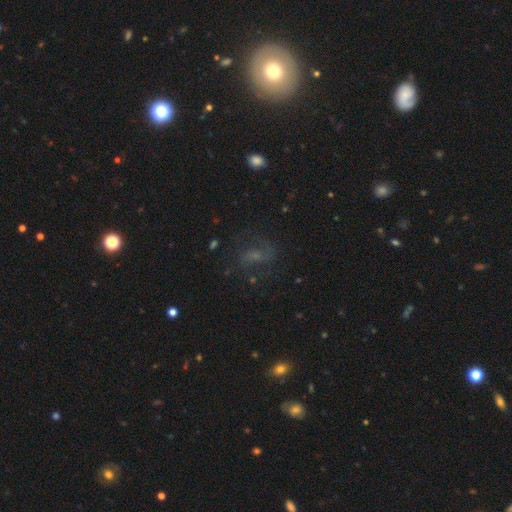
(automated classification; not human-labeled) Smooth or featured? featured or disk (49%)
Merging? none (67%)